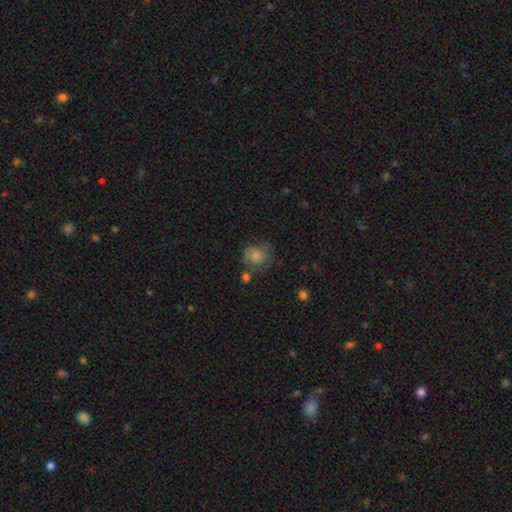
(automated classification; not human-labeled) smooth_or_featured: smooth (p=0.54) [alt: featured or disk p=0.37]
how_rounded: round (p=0.69) [alt: in between p=0.30]
merging: none (p=0.48) [alt: minor disturbance p=0.25]